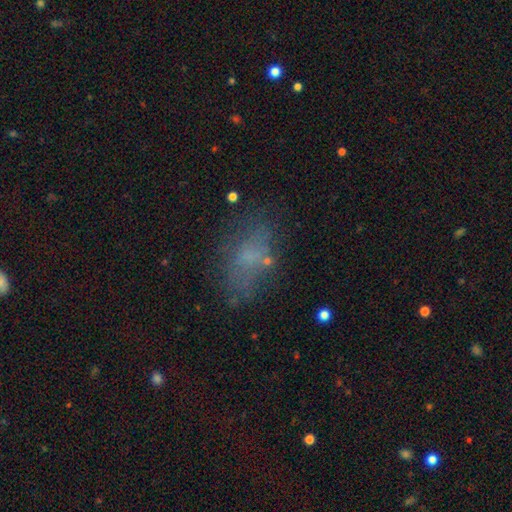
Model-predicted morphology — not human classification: Q: Smooth or featured?
A: smooth (54%); runner-up: featured or disk (25%)
Q: How rounded?
A: in between (84%); runner-up: round (10%)
Q: Merging?
A: none (61%); runner-up: minor disturbance (20%)